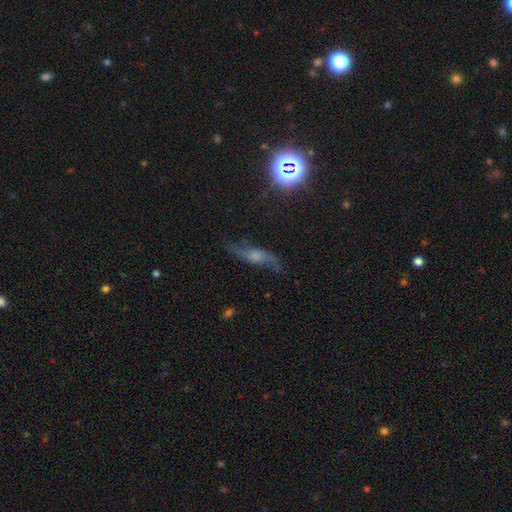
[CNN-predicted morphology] This appears to be a featured or disk galaxy (67%) with no bar (61%), spiral arms (91%) and a moderate central bulge (38%). Merging: none (70%).